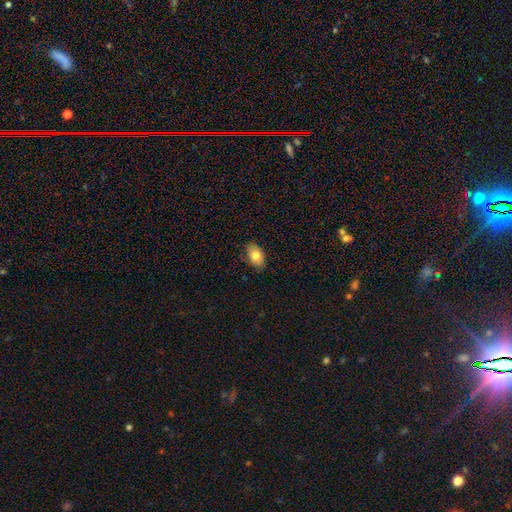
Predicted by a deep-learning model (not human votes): Smooth or featured? Predicted: smooth (p=0.78). How rounded? Predicted: in between (p=0.87). Merging? Predicted: none (p=0.83).